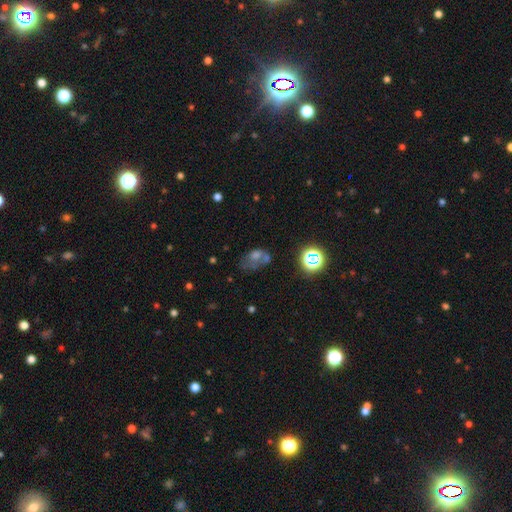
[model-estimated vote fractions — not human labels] Smooth or featured?
  - smooth: 44% *
  - featured or disk: 29%
  - star or artifact: 28%
Merging?
  - none: 34% *
  - major disturbance: 25%
  - merger: 22%
  - minor disturbance: 20%